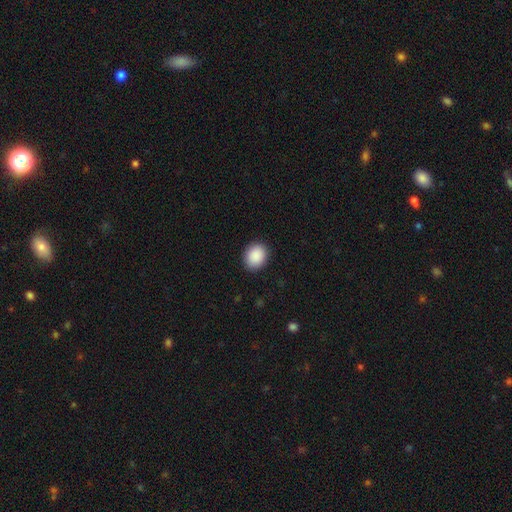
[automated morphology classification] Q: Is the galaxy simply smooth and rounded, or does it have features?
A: smooth — 90%.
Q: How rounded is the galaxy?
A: round — 51%.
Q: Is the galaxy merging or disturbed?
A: none — 89%.